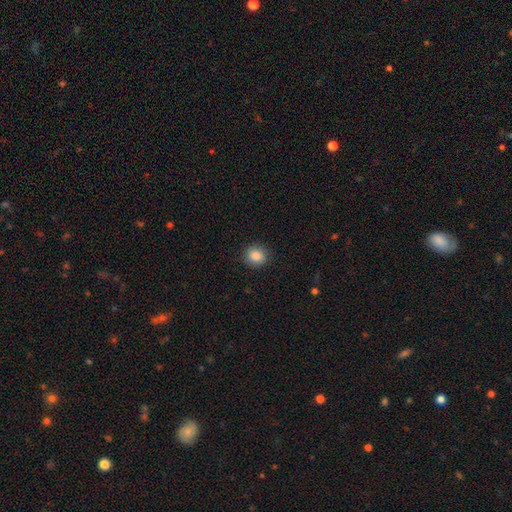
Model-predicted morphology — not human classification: smooth-or-featured: smooth: 87% | star or artifact: 9% | featured or disk: 4%
  how-rounded: round: 82% | in between: 17% | cigar-shaped: 1%
  merging: none: 89% | minor disturbance: 8% | major disturbance: 2% | merger: 1%